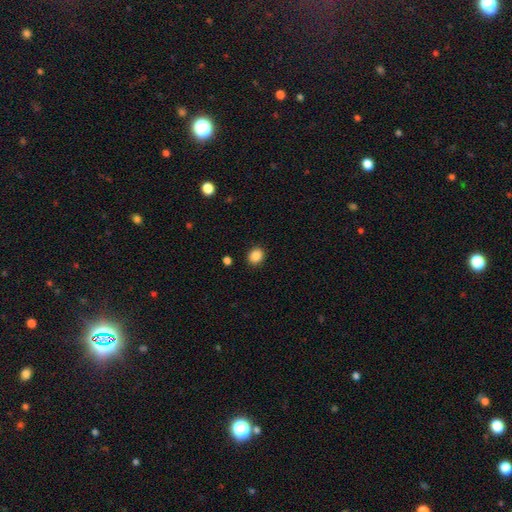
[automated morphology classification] This appears to be a smooth galaxy with no disk features (87%) that is round (69%). Merging: none (90%).